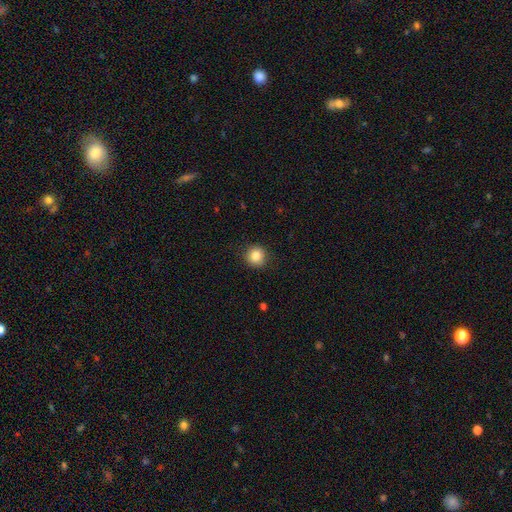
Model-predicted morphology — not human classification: Smooth or featured: smooth — 85% (star or artifact — 10%)
How rounded: round — 92% (in between — 7%)
Merging: none — 88% (minor disturbance — 8%)